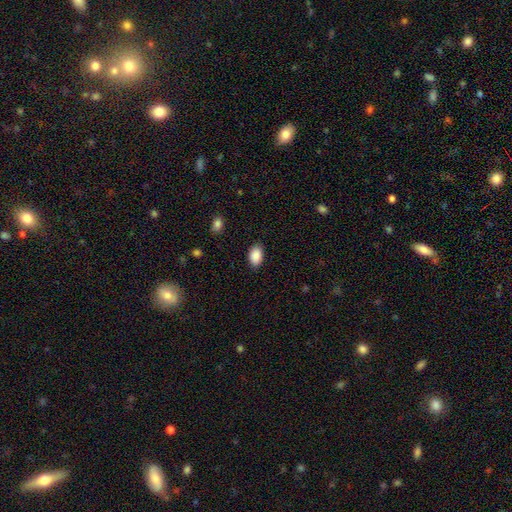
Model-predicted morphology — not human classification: Smooth or featured?
  - smooth: 90% *
  - star or artifact: 7%
  - featured or disk: 3%
How rounded?
  - in between: 90% *
  - round: 9%
  - cigar-shaped: 1%
Merging?
  - none: 87% *
  - minor disturbance: 10%
  - major disturbance: 2%
  - merger: 1%